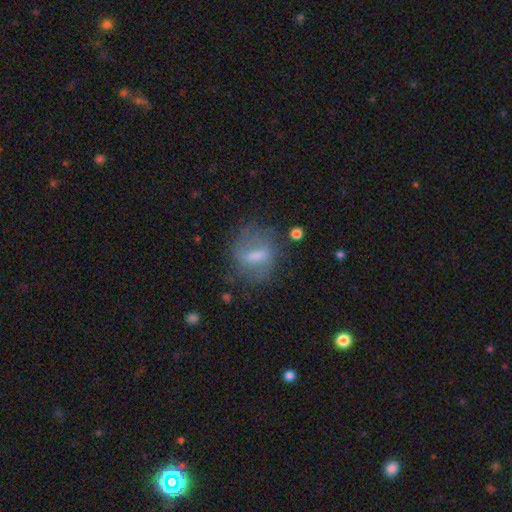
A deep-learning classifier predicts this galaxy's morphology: Overall: featured or disk (46%; smooth 44%). Merging: none (63%).